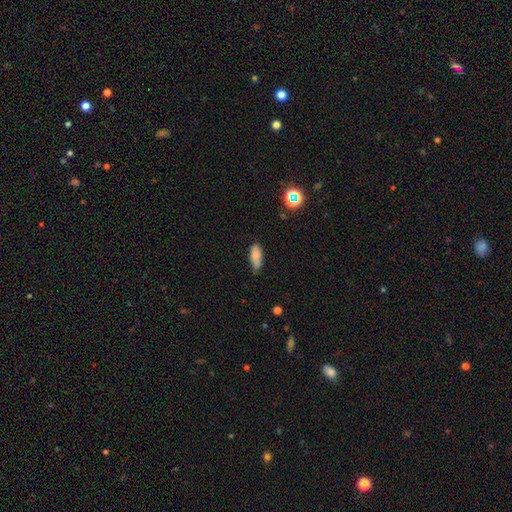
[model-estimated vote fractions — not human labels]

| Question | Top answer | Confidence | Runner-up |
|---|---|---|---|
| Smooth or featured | smooth | 82% | star or artifact (9%) |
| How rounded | in between | 78% | cigar-shaped (19%) |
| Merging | none | 54% | minor disturbance (37%) |